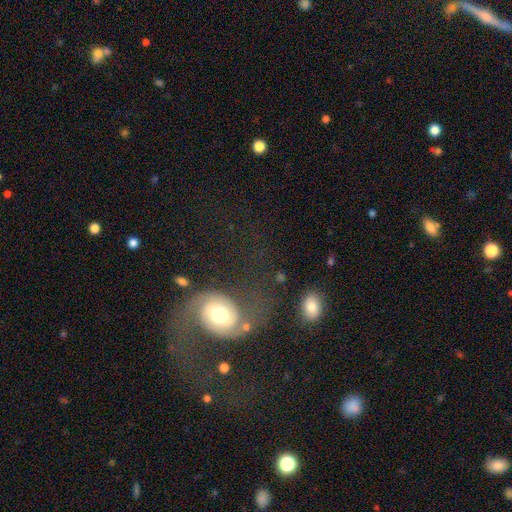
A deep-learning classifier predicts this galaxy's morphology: featured or disk 82%, smooth 11%, star or artifact 8%. Down the decision tree: edge-on disk — no (97%); bar — no (55%); spiral arms — yes (93%); spiral arm count — 2 (92%); spiral winding — loose (59%); bulge size — moderate (56%); merging — none (59%).